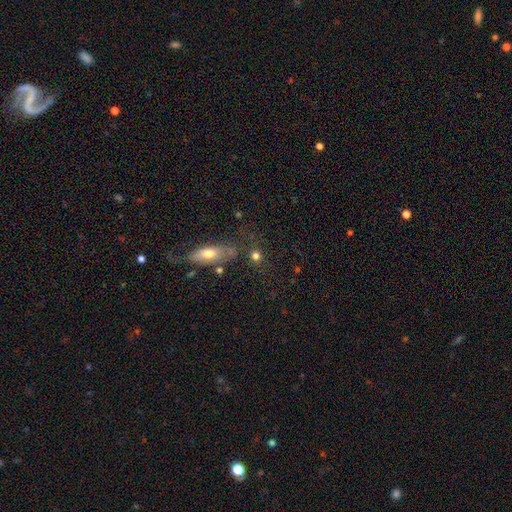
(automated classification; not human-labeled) The model was most divided on "how rounded": round: 76%, in between: 18%, cigar-shaped: 6%. More confident: merging — none (74%); smooth or featured — smooth (74%).